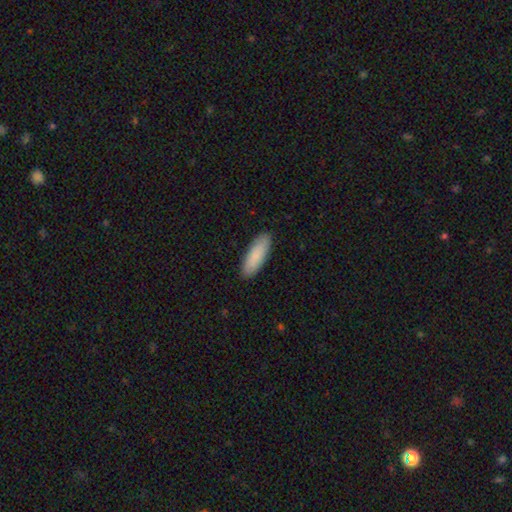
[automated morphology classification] type=smooth (87%); roundness=in between (54%); merging=none (90%).